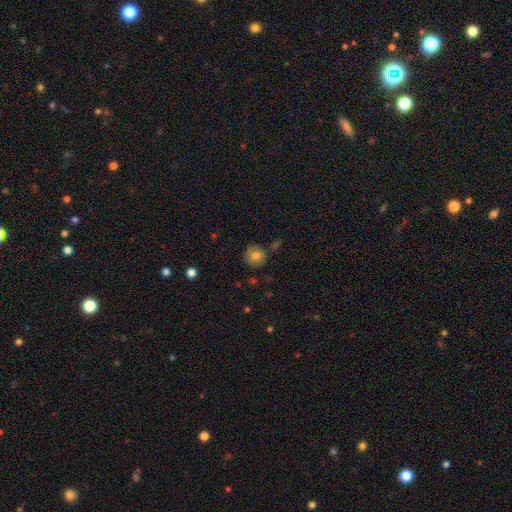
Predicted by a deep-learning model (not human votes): smooth-or-featured: smooth: 76% | featured or disk: 14% | star or artifact: 10%
  how-rounded: round: 93% | in between: 6% | cigar-shaped: 1%
  merging: none: 83% | minor disturbance: 12% | merger: 3% | major disturbance: 2%